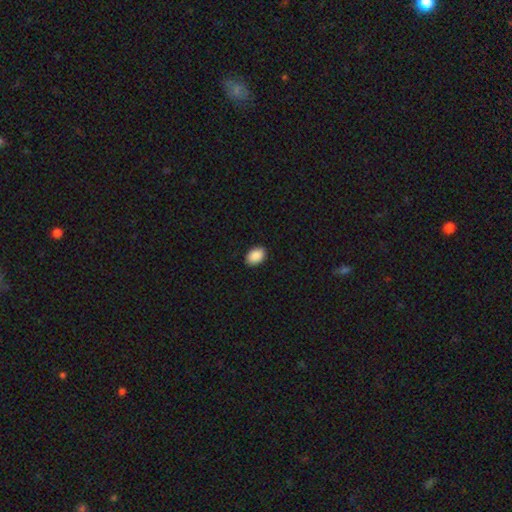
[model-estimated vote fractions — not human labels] Smooth or featured: smooth — 90% (star or artifact — 7%)
How rounded: in between — 85% (round — 14%)
Merging: none — 90% (minor disturbance — 7%)